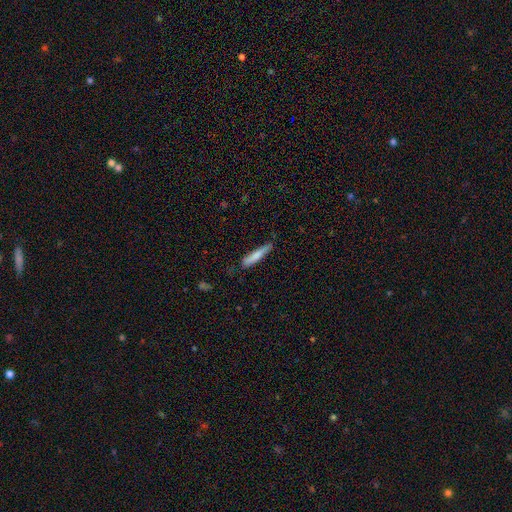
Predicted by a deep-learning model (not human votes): Morphology: type=smooth (75%); roundness=cigar-shaped (91%); merging=none (74%).